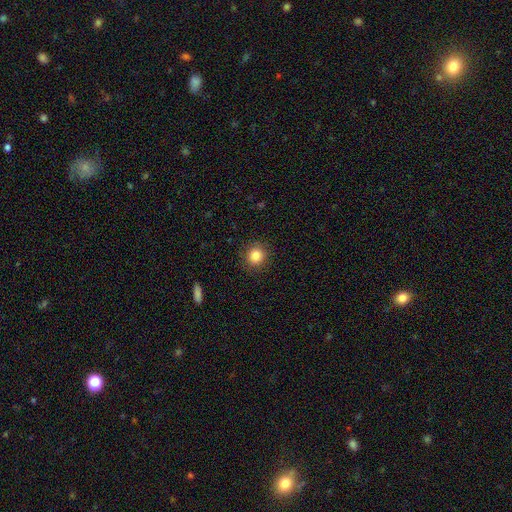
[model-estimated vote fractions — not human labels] A smooth galaxy with no disk features (85%) that is round (90%). Merging: none (89%).